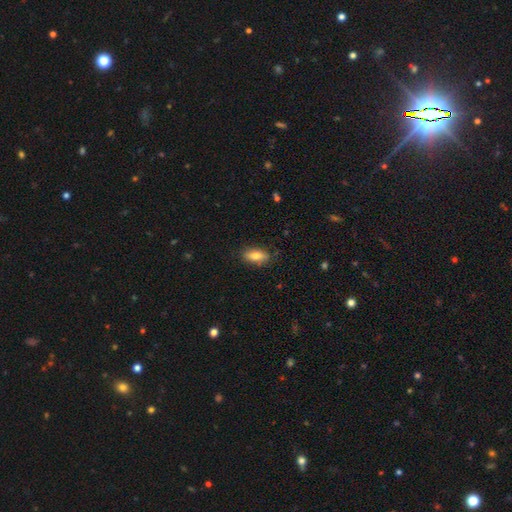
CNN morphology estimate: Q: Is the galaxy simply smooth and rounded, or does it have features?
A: smooth — 78%.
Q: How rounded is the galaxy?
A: in between — 80%.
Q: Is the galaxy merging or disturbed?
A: none — 83%.